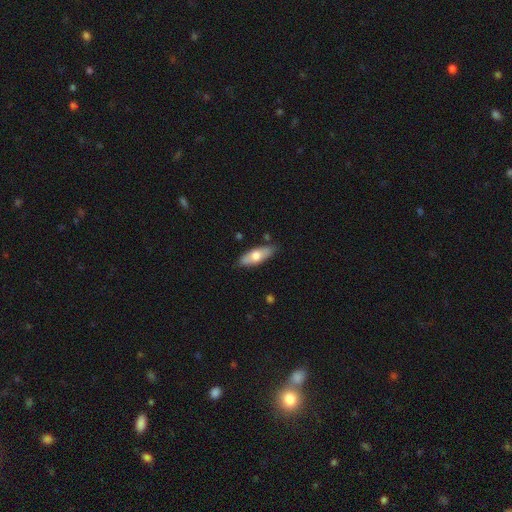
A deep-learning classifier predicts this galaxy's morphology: Smooth or featured?
  - smooth: 65% *
  - featured or disk: 30%
  - star or artifact: 6%
How rounded?
  - in between: 68% *
  - cigar-shaped: 30%
  - round: 2%
Merging?
  - none: 82% *
  - minor disturbance: 13%
  - major disturbance: 2%
  - merger: 2%